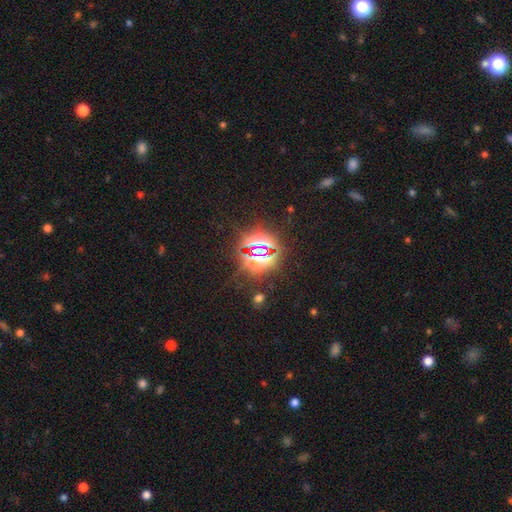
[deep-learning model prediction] Smooth or featured?
  - star or artifact: 80% *
  - smooth: 12%
  - featured or disk: 8%